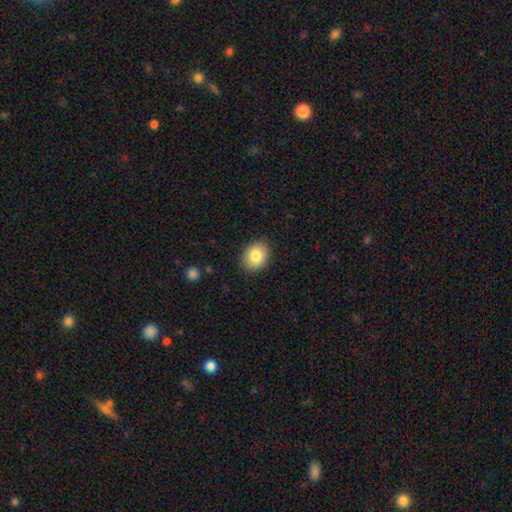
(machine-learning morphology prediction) A smooth galaxy with no disk features (83%) that is in between round and cigar-shaped (57%).

Vote fractions:
- Smooth or featured? smooth: 83% / featured or disk: 9% / star or artifact: 8%
- How rounded? in between: 57% / round: 42% / cigar-shaped: 1%
- Merging? none: 88% / minor disturbance: 9% / major disturbance: 2% / merger: 1%